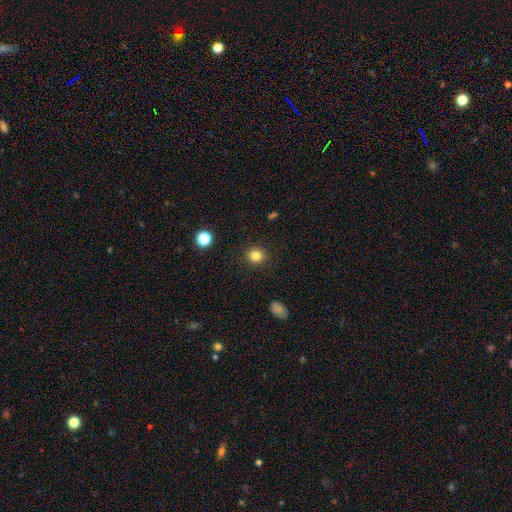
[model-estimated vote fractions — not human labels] Morphology: type=smooth (83%); roundness=round (88%); merging=none (91%).